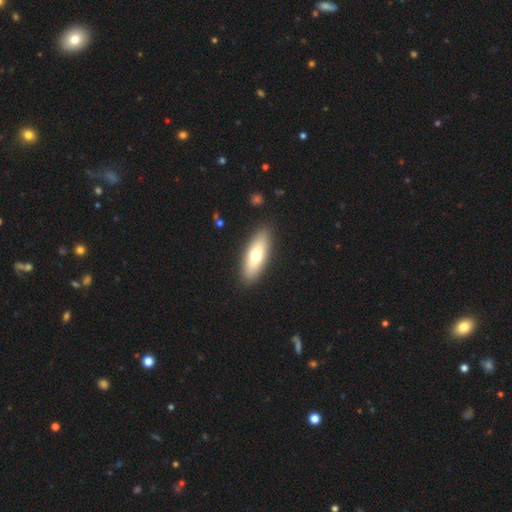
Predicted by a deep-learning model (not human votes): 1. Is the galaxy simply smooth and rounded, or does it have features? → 64% smooth, 30% featured or disk, 6% star or artifact.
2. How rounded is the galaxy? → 62% in between, 35% cigar-shaped, 2% round.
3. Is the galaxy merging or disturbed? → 89% none, 8% minor disturbance, 2% major disturbance, 1% merger.